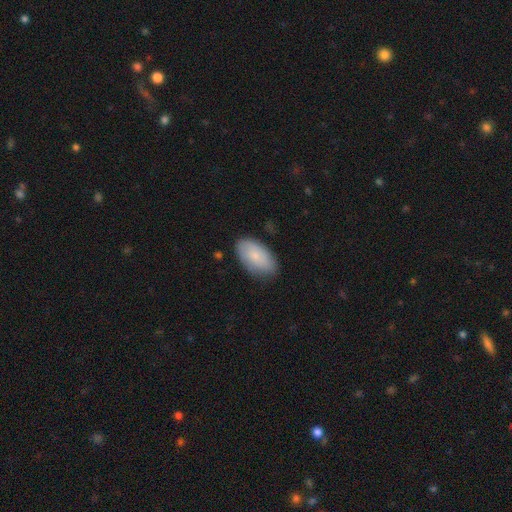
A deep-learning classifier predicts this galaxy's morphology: This appears to be a smooth galaxy with no disk features (74%) that is in between round and cigar-shaped (94%). Merging: none (78%).